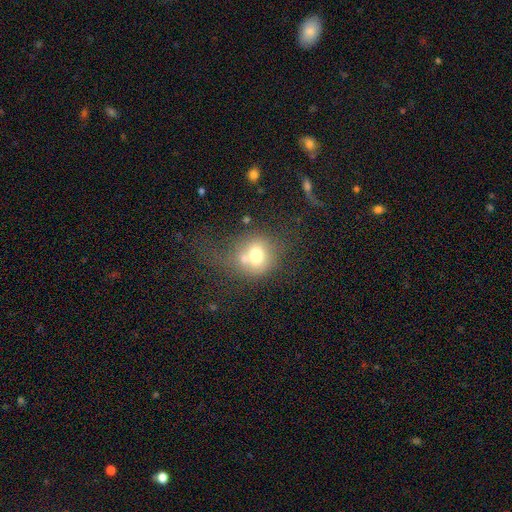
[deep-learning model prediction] Smooth or featured? Predicted: smooth (p=0.67). How rounded? Predicted: round (p=0.79). Merging? Predicted: none (p=0.37).